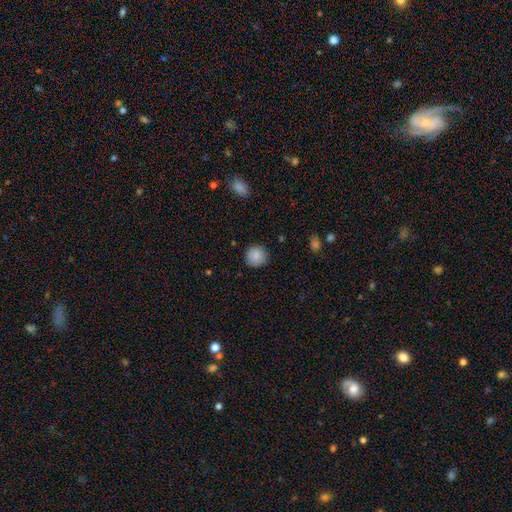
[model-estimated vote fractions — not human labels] Smooth or featured?
  - smooth: 87% *
  - star or artifact: 8%
  - featured or disk: 5%
How rounded?
  - round: 93% *
  - in between: 6%
  - cigar-shaped: 1%
Merging?
  - none: 88% *
  - minor disturbance: 9%
  - major disturbance: 2%
  - merger: 1%